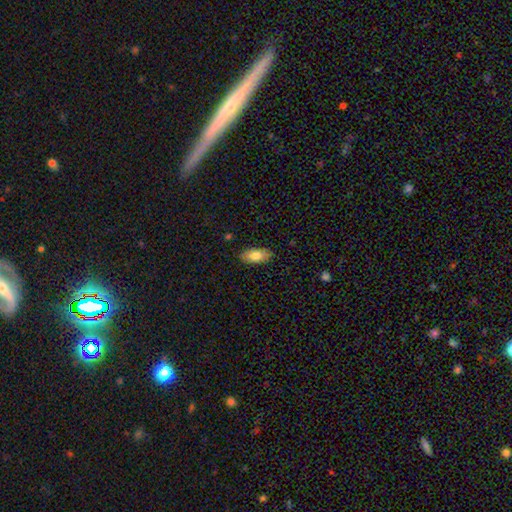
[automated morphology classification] A smooth galaxy with no disk features (78%) that is in between round and cigar-shaped (88%). Merging: none (87%).